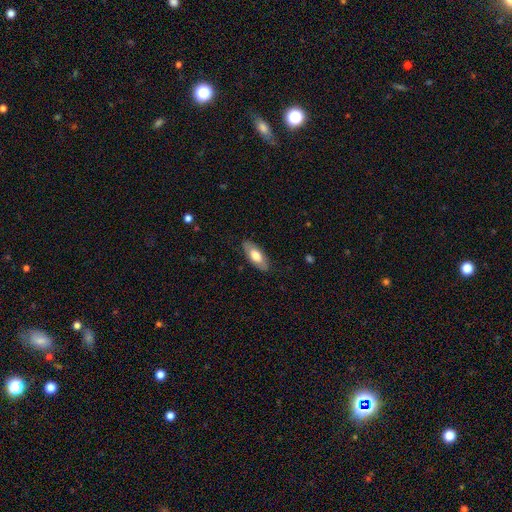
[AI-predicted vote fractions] Overall: smooth (68%). How rounded: in between (81%). Merging: none (84%).